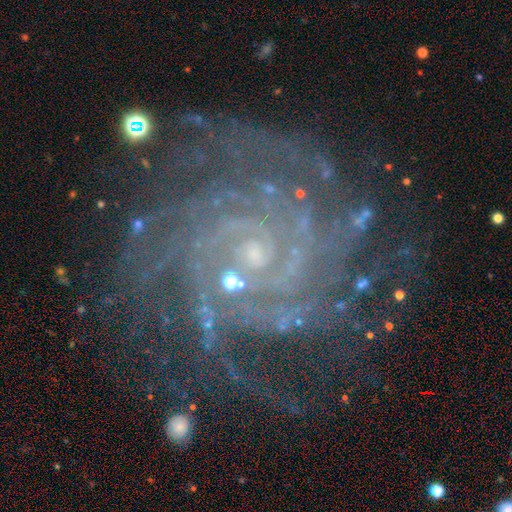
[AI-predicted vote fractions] smooth-or-featured: featured or disk: 90% | star or artifact: 7% | smooth: 3%
  disk-edge-on: no: 98% | yes: 2%
    bar: no: 59% | weak: 30% | strong: 11%
    has-spiral-arms: yes: 98% | no: 2%
      spiral-winding: tight: 74% | medium: 22% | loose: 3%
      spiral-arm-count: 4: 23% | more than 4: 19% | can't tell: 18% | 3: 16% | 2: 13% | 1: 10%
    bulge-size: small: 80% | moderate: 10% | none: 8% | large: 1% | dominant: 1%
  merging: none: 76% | minor disturbance: 15% | major disturbance: 8% | merger: 2%